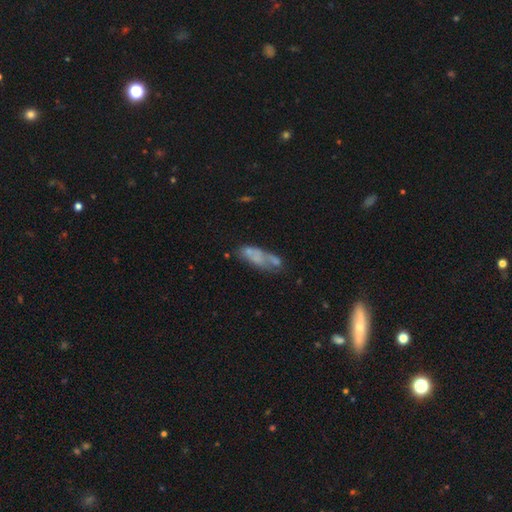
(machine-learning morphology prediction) This is possibly a smooth galaxy (47%). Merging: marginally none (37%).